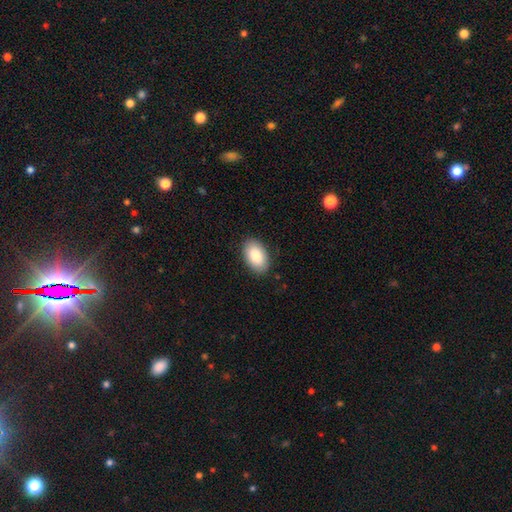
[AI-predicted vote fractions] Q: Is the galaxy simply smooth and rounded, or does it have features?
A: smooth — 87%.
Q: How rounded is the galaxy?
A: in between — 94%.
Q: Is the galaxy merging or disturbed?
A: none — 88%.